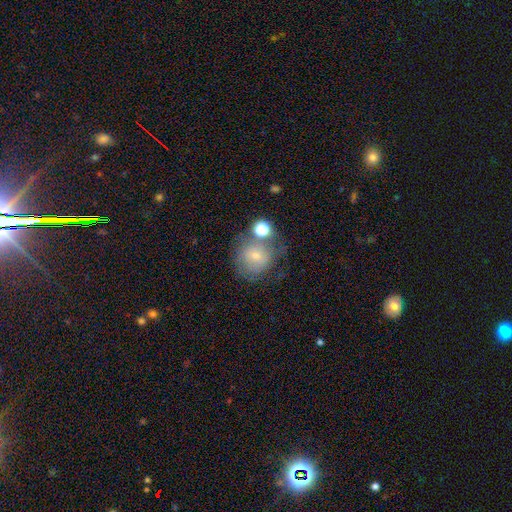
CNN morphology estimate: Q: Smooth or featured?
A: smooth (60%); runner-up: featured or disk (29%)
Q: How rounded?
A: round (84%); runner-up: in between (15%)
Q: Merging?
A: none (51%); runner-up: merger (20%)